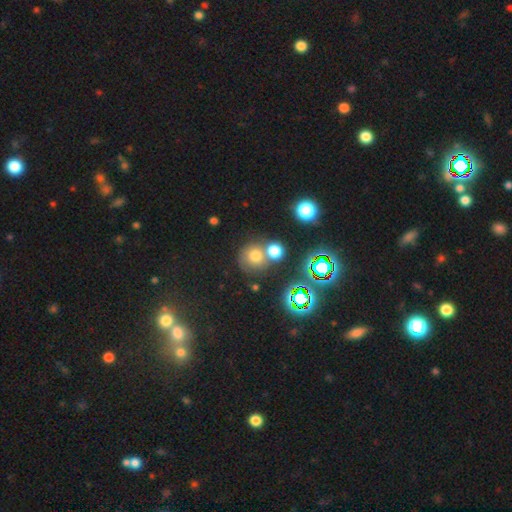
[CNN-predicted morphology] smooth_or_featured: smooth (p=0.62) [alt: star or artifact p=0.25]
how_rounded: round (p=0.86) [alt: in between p=0.13]
merging: none (p=0.48) [alt: merger p=0.37]